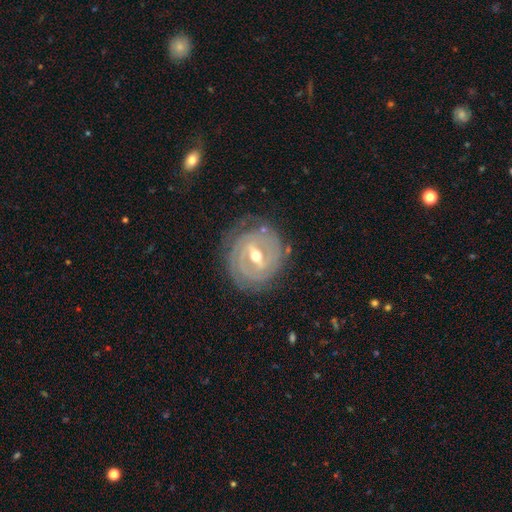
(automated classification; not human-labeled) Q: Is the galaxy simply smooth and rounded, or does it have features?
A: featured or disk — 88%.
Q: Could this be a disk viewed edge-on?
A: no — 95%.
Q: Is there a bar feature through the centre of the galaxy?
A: strong — 51%.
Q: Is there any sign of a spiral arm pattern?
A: yes — 92%.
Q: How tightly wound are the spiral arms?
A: tight — 82%.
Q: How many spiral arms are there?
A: can't tell — 34%.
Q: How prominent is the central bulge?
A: moderate — 68%.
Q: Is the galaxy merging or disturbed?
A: none — 79%.